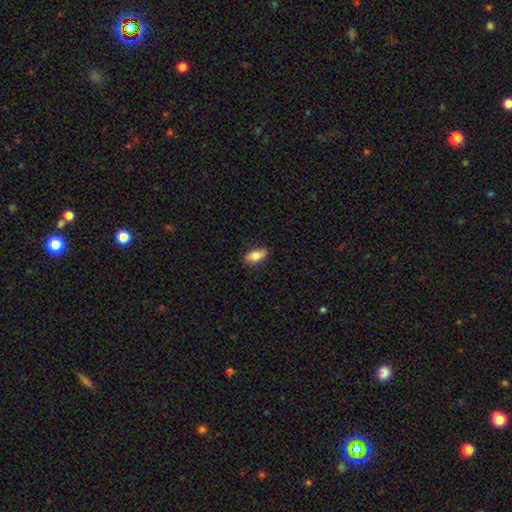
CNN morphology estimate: smooth 80%, featured or disk 14%, star or artifact 7%. Down the decision tree: how rounded — in between (91%); merging — none (87%).